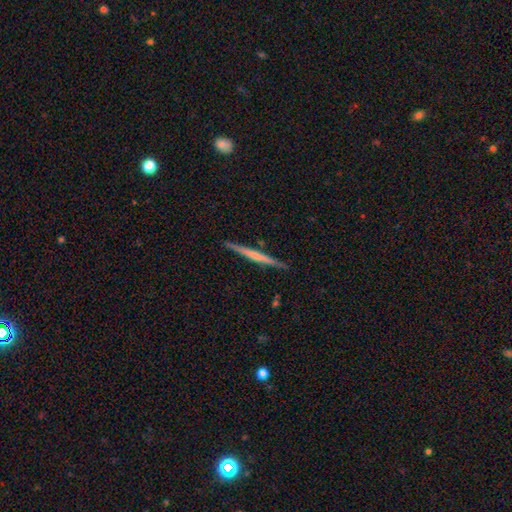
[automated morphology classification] This is possibly a featured or disk galaxy (60%). It is clearly viewed edge-on (98%). Edge-on bulge: likely none (63%). Merging: clearly none (90%).